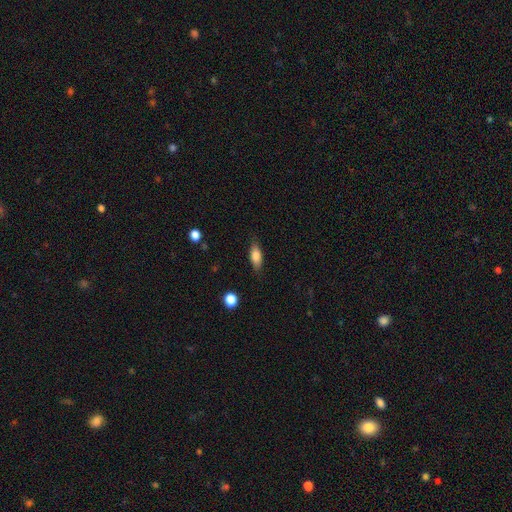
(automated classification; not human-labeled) smooth 77%, featured or disk 15%, star or artifact 8%. Down the decision tree: how rounded — in between (74%); merging — none (80%).